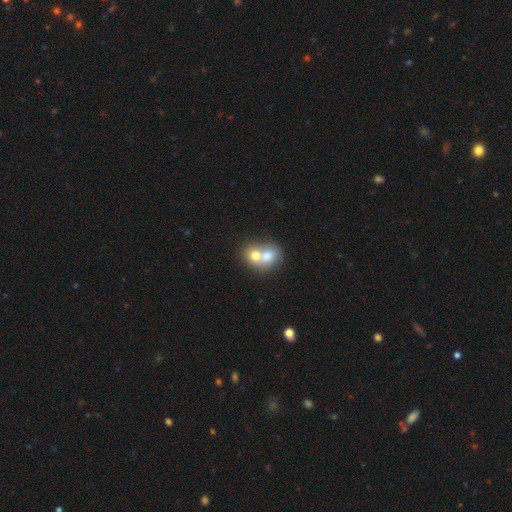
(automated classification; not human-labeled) Smooth or featured: smooth — 66% (featured or disk — 24%)
How rounded: round — 64% (in between — 35%)
Merging: merger — 73% (none — 20%)